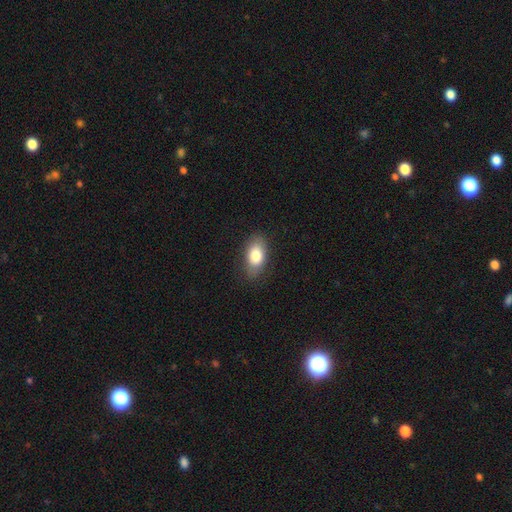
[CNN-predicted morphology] Smooth or featured? smooth (80%)
How rounded? in between (90%)
Merging? none (83%)